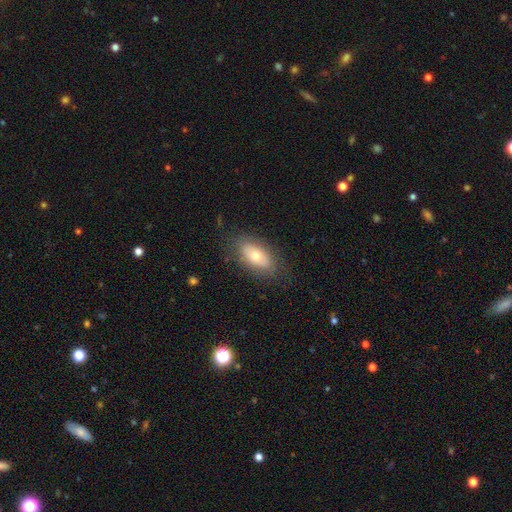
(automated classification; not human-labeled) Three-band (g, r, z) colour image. It shows a smooth galaxy with no disk features (62%) that is in between round and cigar-shaped (90%). Merging: none (80%).